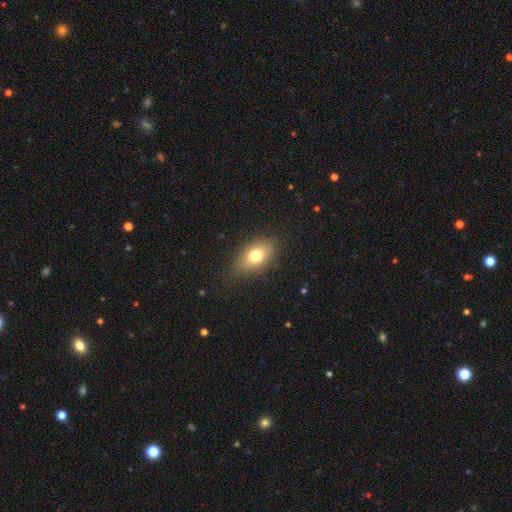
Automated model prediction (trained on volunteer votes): smooth_or_featured: smooth (p=0.76) [alt: featured or disk p=0.15]
how_rounded: in between (p=0.86) [alt: round p=0.11]
merging: none (p=0.82) [alt: minor disturbance p=0.13]